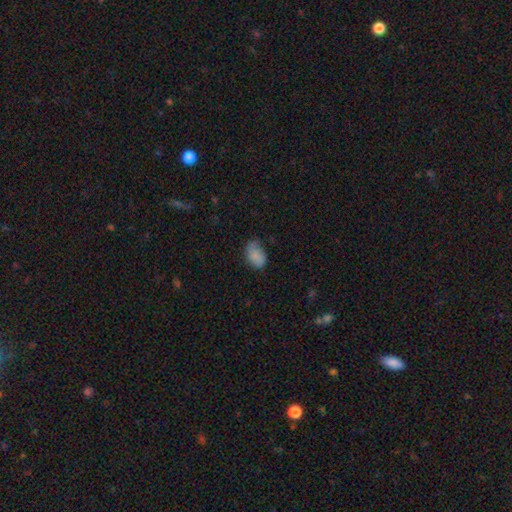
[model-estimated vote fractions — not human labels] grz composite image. It shows a smooth galaxy with no disk features (79%) that is in between round and cigar-shaped (85%). Merging: none (53%).